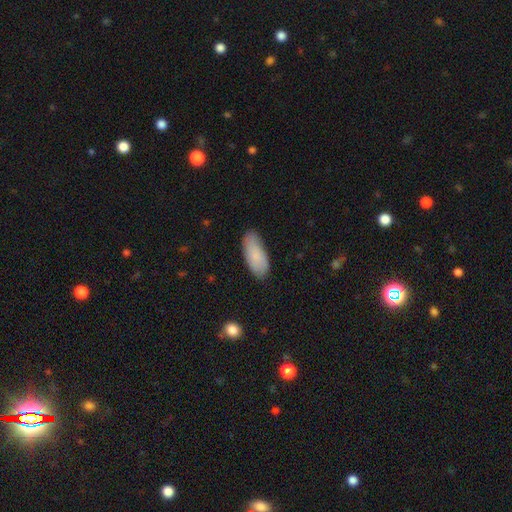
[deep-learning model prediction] The model was most divided on "merging": none: 77%, minor disturbance: 18%, major disturbance: 3%, merger: 1%. More confident: smooth or featured — smooth (83%); how rounded — in between (83%).